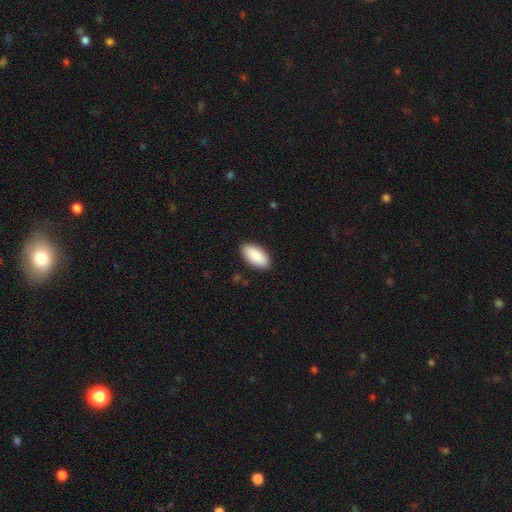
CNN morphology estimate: Smooth or featured? Predicted: smooth (p=0.90). How rounded? Predicted: in between (p=0.94). Merging? Predicted: none (p=0.89).